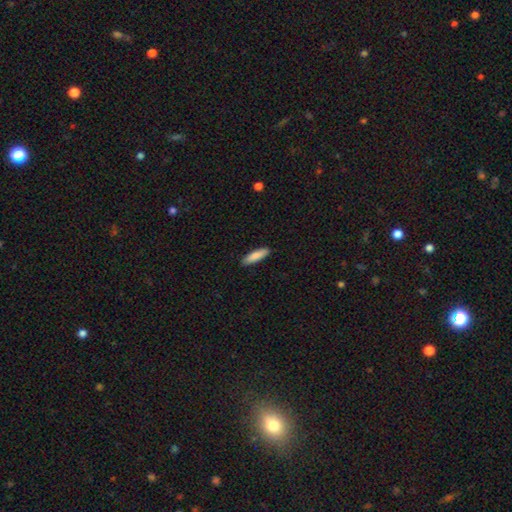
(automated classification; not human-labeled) Smooth or featured?
  - smooth: 86% *
  - featured or disk: 8%
  - star or artifact: 6%
How rounded?
  - cigar-shaped: 65% *
  - in between: 34%
  - round: 1%
Merging?
  - none: 89% *
  - minor disturbance: 8%
  - major disturbance: 2%
  - merger: 1%